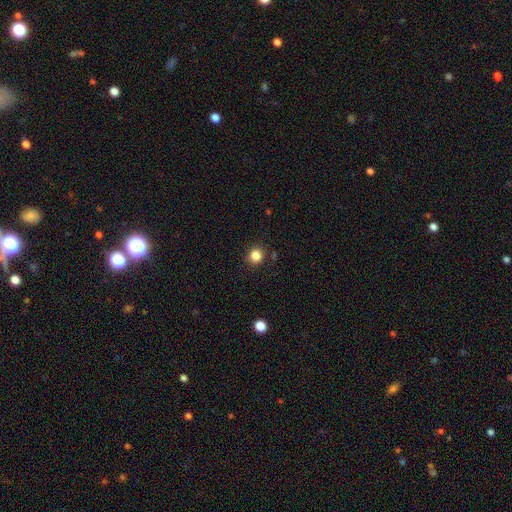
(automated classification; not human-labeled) Smooth or featured? smooth (84%)
How rounded? round (88%)
Merging? none (88%)